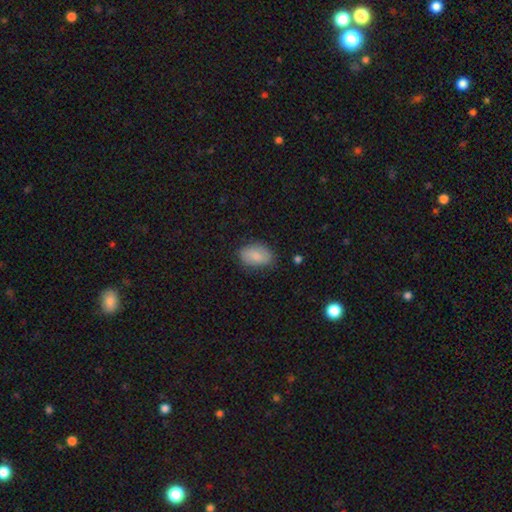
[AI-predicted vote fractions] Overall: smooth (82%). How rounded: in between (89%). Merging: none (79%).